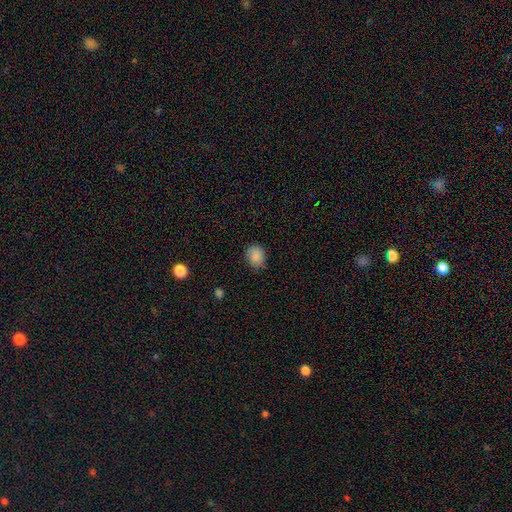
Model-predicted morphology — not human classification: Smooth or featured?
  - smooth: 86% *
  - star or artifact: 9%
  - featured or disk: 4%
How rounded?
  - round: 51% *
  - in between: 48%
  - cigar-shaped: 1%
Merging?
  - none: 82% *
  - minor disturbance: 14%
  - major disturbance: 3%
  - merger: 1%